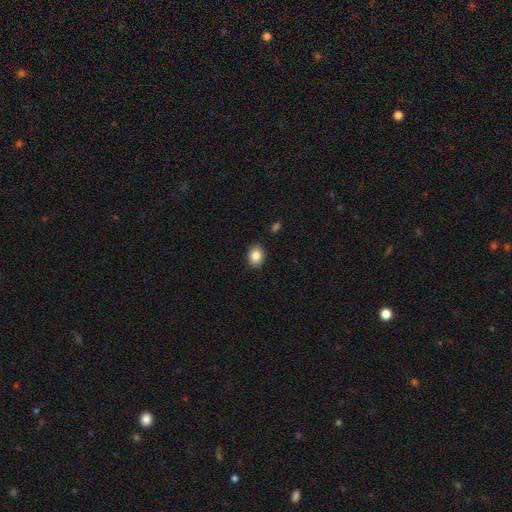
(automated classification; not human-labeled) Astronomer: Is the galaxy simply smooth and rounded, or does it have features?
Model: smooth — 87%.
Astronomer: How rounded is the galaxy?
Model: in between — 60% (runner-up: round, 39%).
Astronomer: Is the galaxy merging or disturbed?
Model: none — 89%.